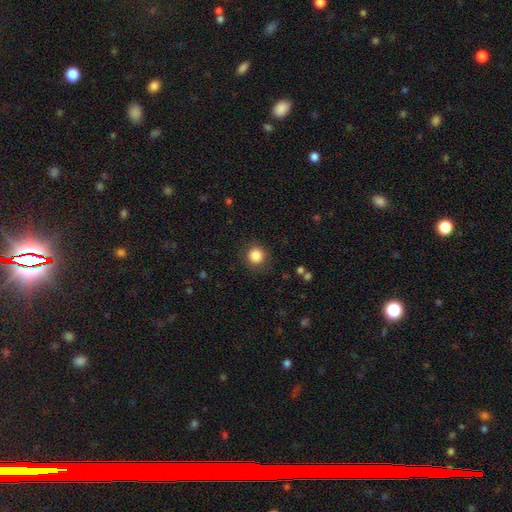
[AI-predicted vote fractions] Smooth or featured? Predicted: smooth (p=0.85). How rounded? Predicted: round (p=0.93). Merging? Predicted: none (p=0.88).